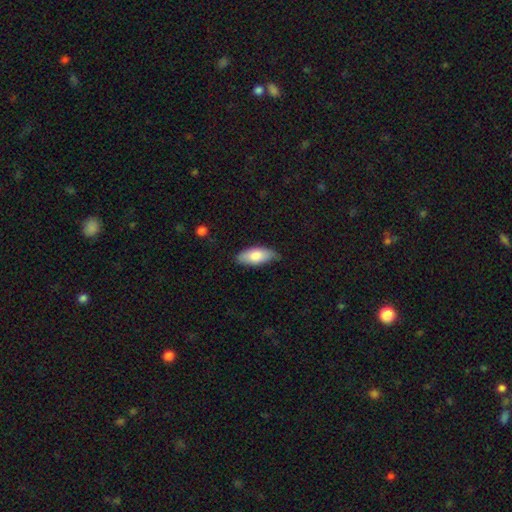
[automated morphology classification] smooth 80%, featured or disk 15%, star or artifact 6%. Down the decision tree: how rounded — in between (86%); merging — none (75%).